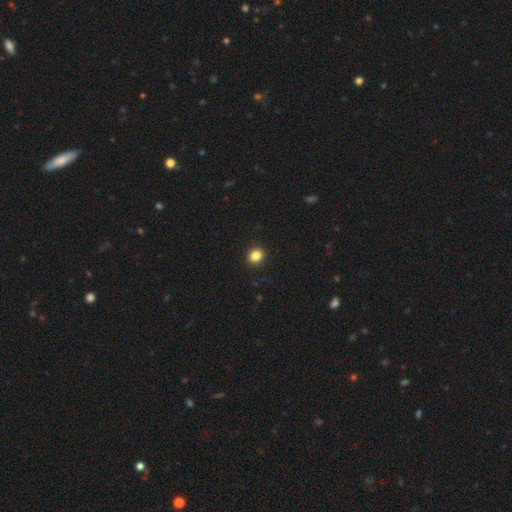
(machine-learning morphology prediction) This is clearly a smooth galaxy (85%). How rounded: likely round (74%). Merging: clearly none (92%).